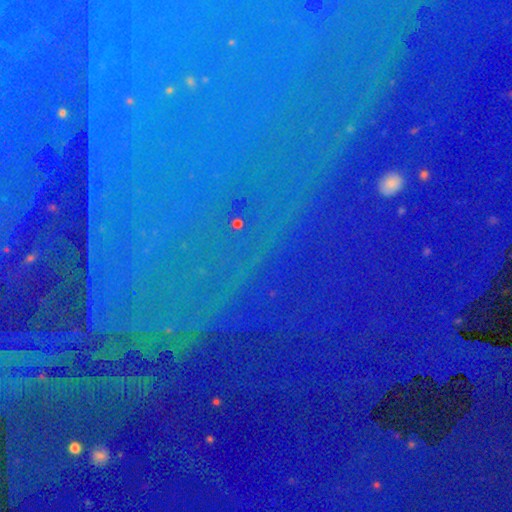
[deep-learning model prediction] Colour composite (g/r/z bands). It shows a star or artifact, not a galaxy (87%).